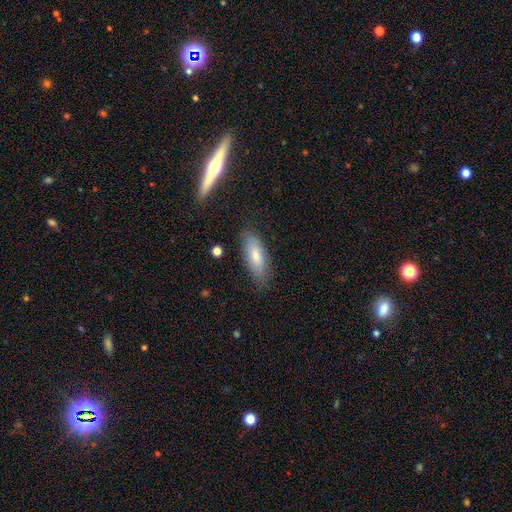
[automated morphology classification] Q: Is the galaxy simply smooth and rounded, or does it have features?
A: smooth — 73%.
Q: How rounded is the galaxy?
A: in between — 71%.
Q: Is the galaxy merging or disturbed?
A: none — 79%.